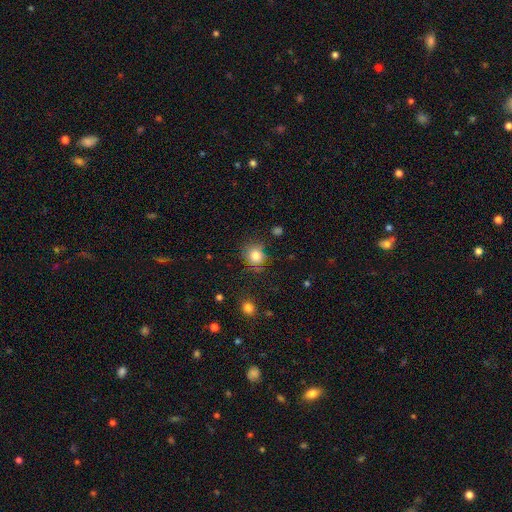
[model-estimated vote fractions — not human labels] A smooth galaxy with no disk features (81%) that is round (84%). Merging: none (73%).